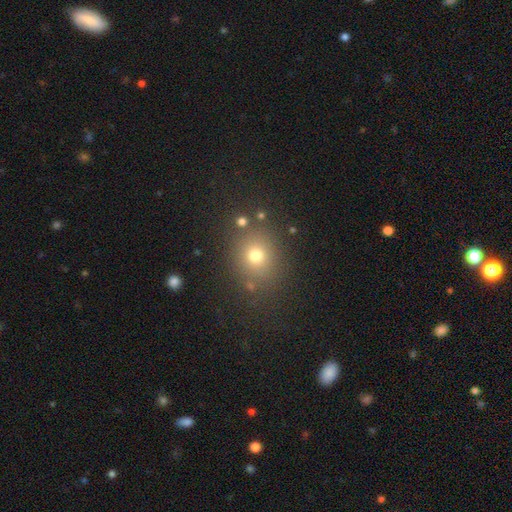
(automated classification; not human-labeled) smooth 71%, star or artifact 20%, featured or disk 9%. Down the decision tree: how rounded — round (78%); merging — none (82%).